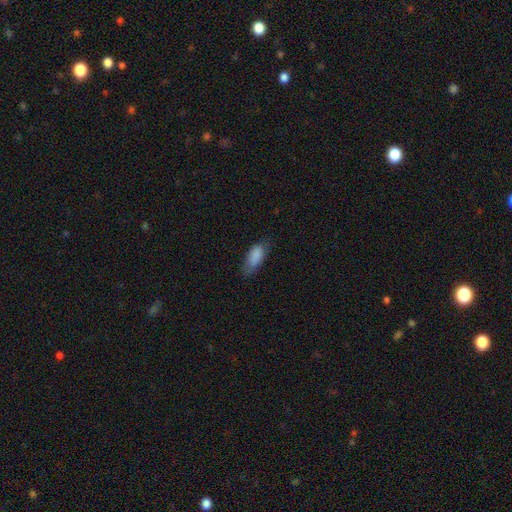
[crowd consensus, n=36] Q: Smooth or featured?
A: smooth (89%); runner-up: featured or disk (11%)
Q: How rounded?
A: in between (81%); runner-up: cigar-shaped (19%)
Q: Merging?
A: none (50%); runner-up: minor disturbance (33%)